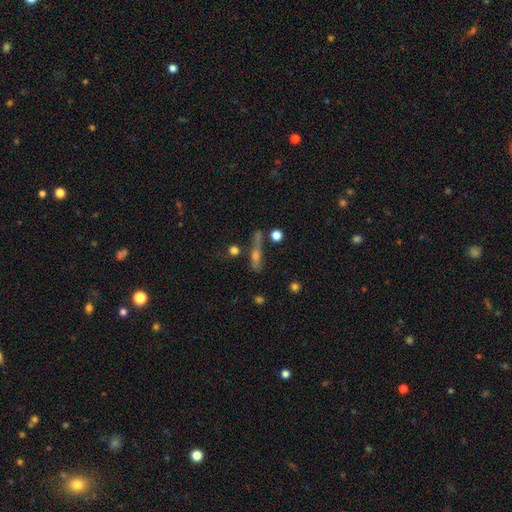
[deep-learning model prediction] featured or disk 44%, smooth 39%, star or artifact 17%. Down the decision tree: merging — none (55%).